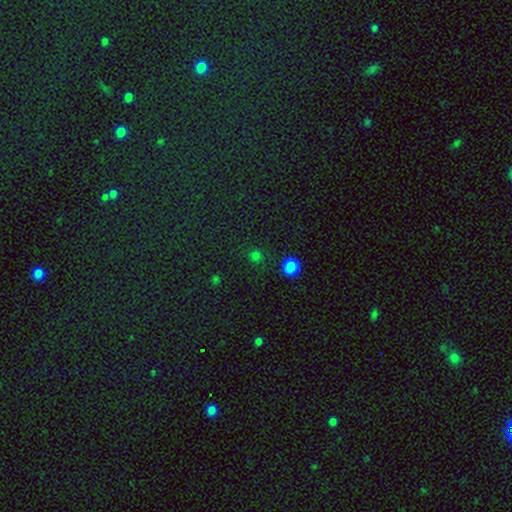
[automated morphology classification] Smooth or featured? Predicted: smooth (p=0.70). How rounded? Predicted: round (p=0.90). Merging? Predicted: none (p=0.83).